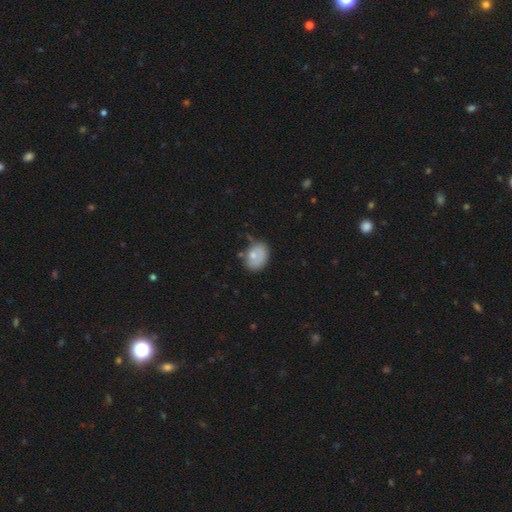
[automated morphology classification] Smooth or featured: smooth — 70% (featured or disk — 22%)
How rounded: in between — 67% (round — 32%)
Merging: none — 55% (minor disturbance — 30%)